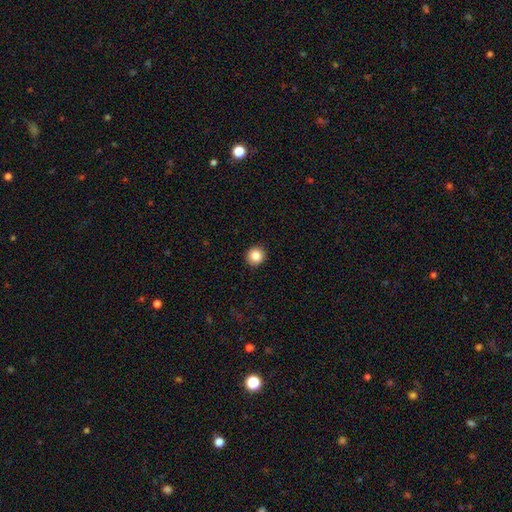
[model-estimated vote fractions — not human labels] Smooth or featured? smooth (86%)
How rounded? round (92%)
Merging? none (93%)